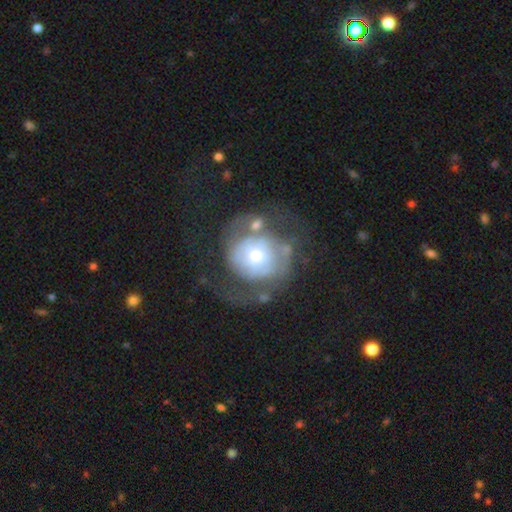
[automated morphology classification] This appears to be a featured or disk galaxy (64%) with no bar (79%), spiral arms (61%) and a small central bulge (53%). Merging: none (40%).